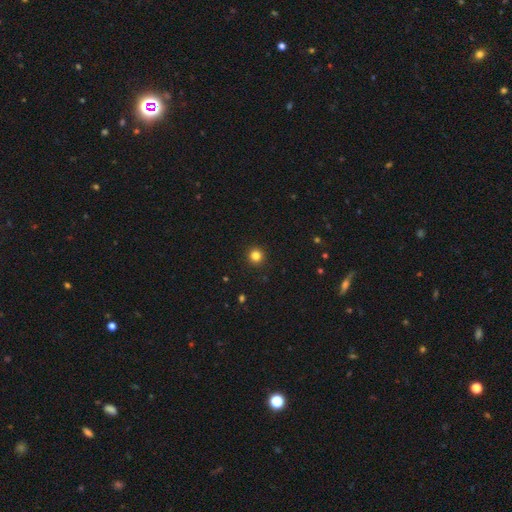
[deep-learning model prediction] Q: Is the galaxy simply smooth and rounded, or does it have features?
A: smooth — 83%.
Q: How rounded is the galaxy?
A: round — 96%.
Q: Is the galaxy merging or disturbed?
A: none — 93%.